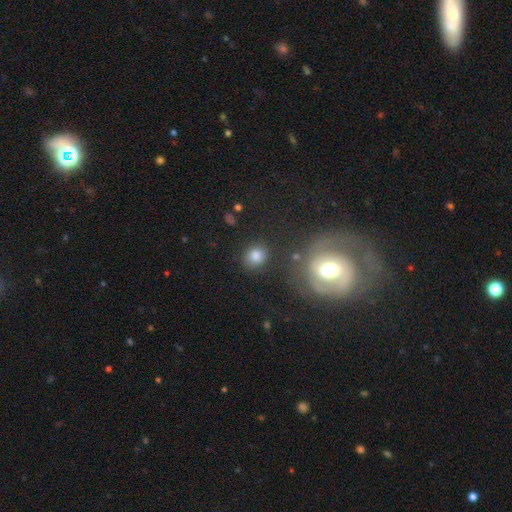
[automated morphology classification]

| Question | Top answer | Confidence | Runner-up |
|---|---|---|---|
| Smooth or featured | smooth | 80% | star or artifact (12%) |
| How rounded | round | 74% | in between (25%) |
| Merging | none | 79% | minor disturbance (11%) |